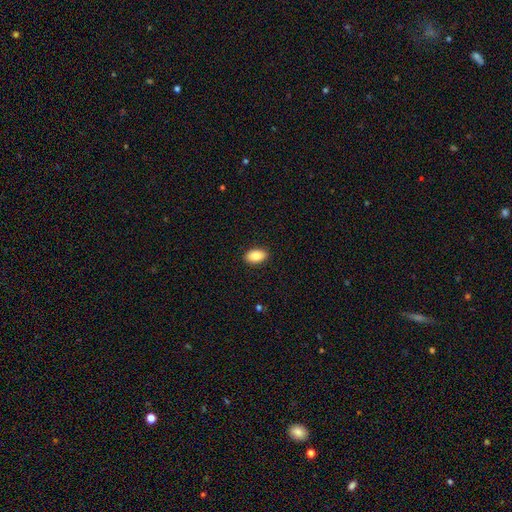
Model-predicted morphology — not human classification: Smooth or featured? Predicted: smooth (p=0.86). How rounded? Predicted: in between (p=0.92). Merging? Predicted: none (p=0.90).